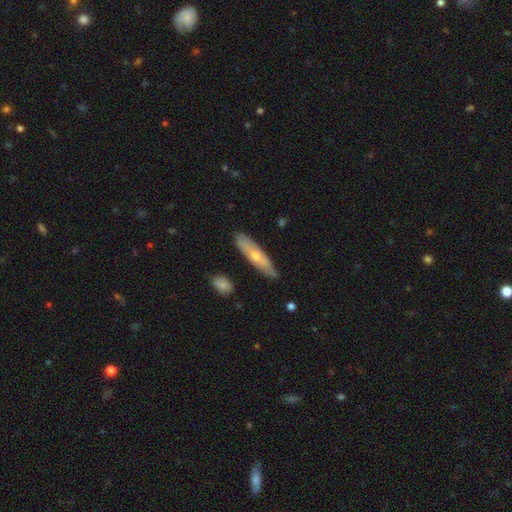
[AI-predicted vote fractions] smooth_or_featured: featured or disk (p=0.48) [alt: smooth p=0.46]
merging: none (p=0.84) [alt: minor disturbance p=0.12]